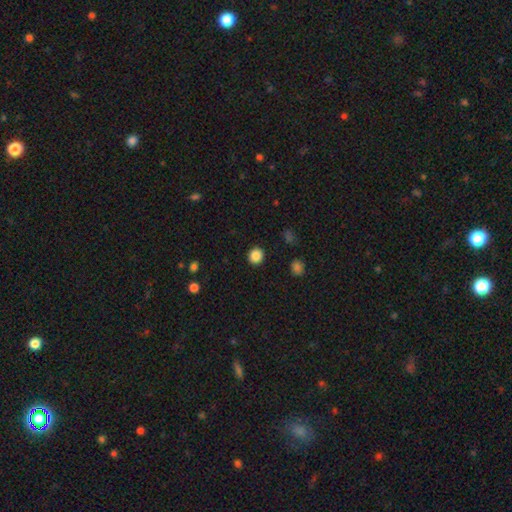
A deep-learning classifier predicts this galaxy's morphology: type=smooth (86%); roundness=round (90%); merging=none (92%).